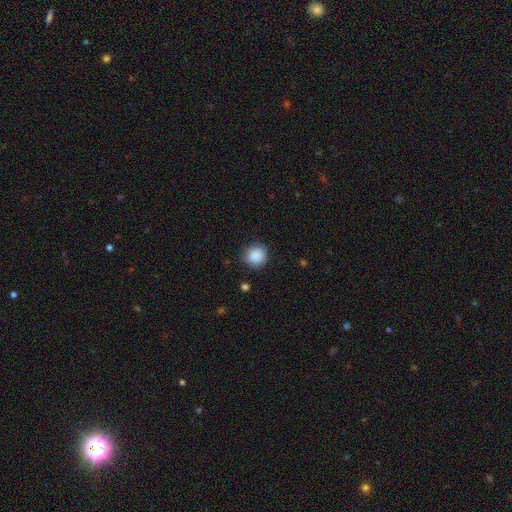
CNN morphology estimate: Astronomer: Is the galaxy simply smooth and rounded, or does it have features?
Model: smooth — 88%.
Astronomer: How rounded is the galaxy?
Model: round — 89%.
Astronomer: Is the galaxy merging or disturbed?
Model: none — 83%.